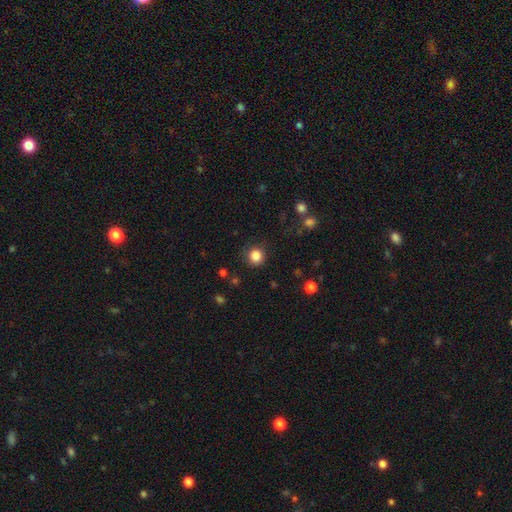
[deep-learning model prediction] Smooth or featured? smooth (85%)
How rounded? round (88%)
Merging? none (86%)